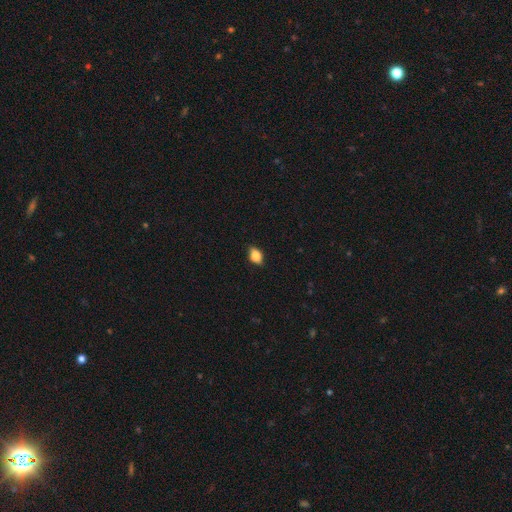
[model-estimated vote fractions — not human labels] Morphology: type=smooth (83%); roundness=in between (82%); merging=none (83%).